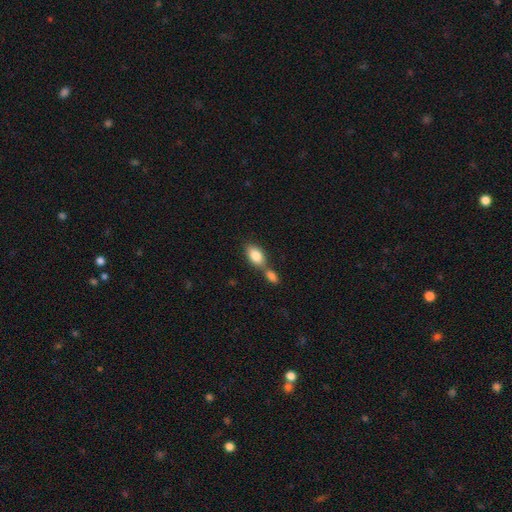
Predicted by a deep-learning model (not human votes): smooth_or_featured: smooth (p=0.83) [alt: featured or disk p=0.10]
how_rounded: in between (p=0.90) [alt: round p=0.06]
merging: merger (p=0.47) [alt: none p=0.41]